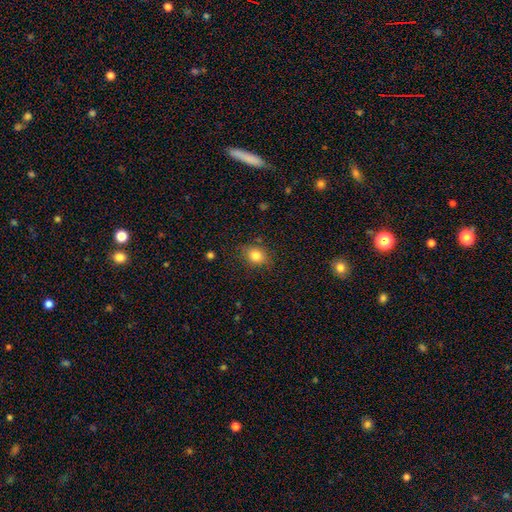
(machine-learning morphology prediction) A smooth galaxy with no disk features (83%) that is in between round and cigar-shaped (50%).

Vote fractions:
- Smooth or featured? smooth: 83% / star or artifact: 10% / featured or disk: 7%
- How rounded? in between: 50% / round: 48% / cigar-shaped: 1%
- Merging? none: 80% / minor disturbance: 15% / major disturbance: 4% / merger: 2%